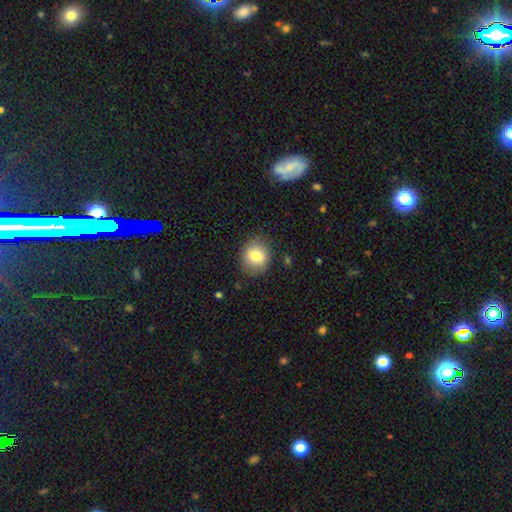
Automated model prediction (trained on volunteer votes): Smooth or featured?
  - smooth: 80% *
  - featured or disk: 11%
  - star or artifact: 9%
How rounded?
  - round: 72% *
  - in between: 27%
  - cigar-shaped: 1%
Merging?
  - none: 82% *
  - minor disturbance: 13%
  - major disturbance: 3%
  - merger: 1%